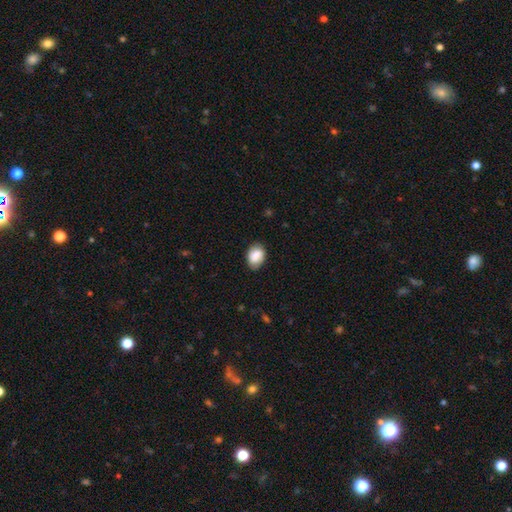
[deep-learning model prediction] A smooth galaxy with no disk features (87%) that is in between round and cigar-shaped (77%).

Vote fractions:
- Smooth or featured? smooth: 87% / star or artifact: 7% / featured or disk: 6%
- How rounded? in between: 77% / round: 22% / cigar-shaped: 1%
- Merging? none: 80% / minor disturbance: 16% / major disturbance: 3% / merger: 1%